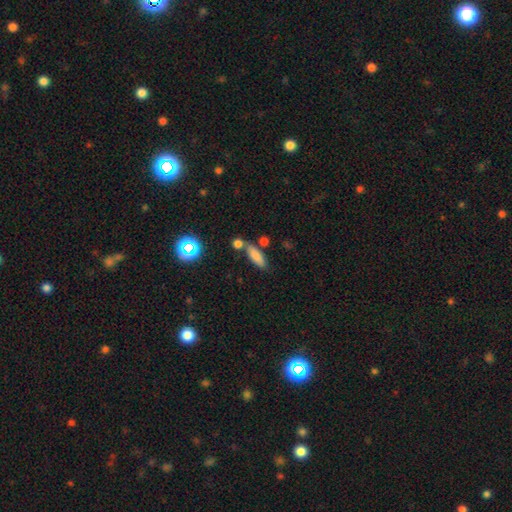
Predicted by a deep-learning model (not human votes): smooth 79%, star or artifact 12%, featured or disk 9%. Down the decision tree: how rounded — in between (54%); merging — none (61%).